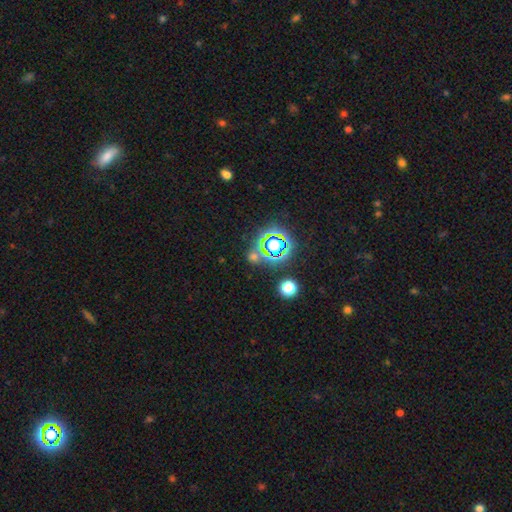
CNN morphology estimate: The model was most divided on "smooth or featured": star or artifact: 70%, smooth: 20%, featured or disk: 9%.